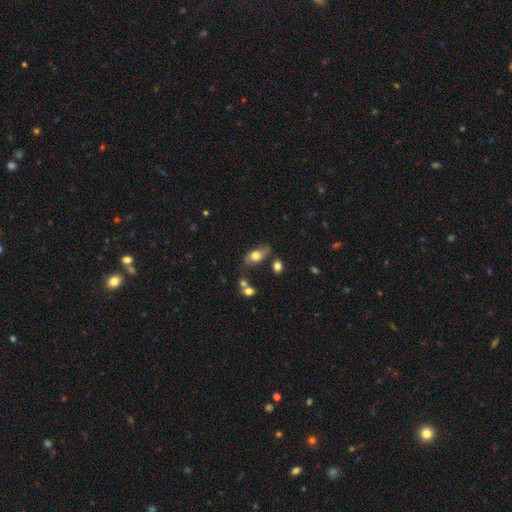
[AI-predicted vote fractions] This is likely a smooth galaxy (66%). How rounded: clearly in between (84%). Merging: possibly none (60%).